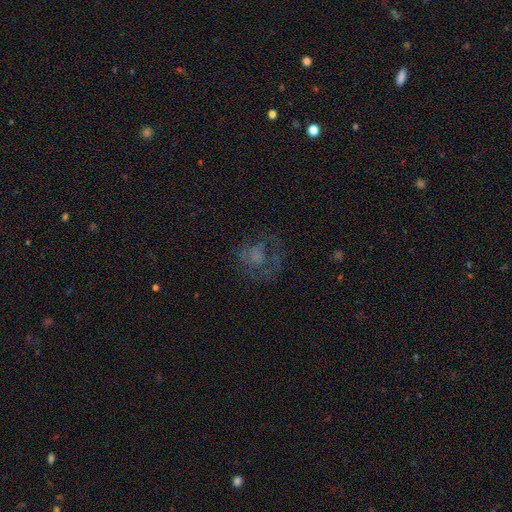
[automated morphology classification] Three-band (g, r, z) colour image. It shows a featured or disk galaxy (45%). Merging: none (51%).